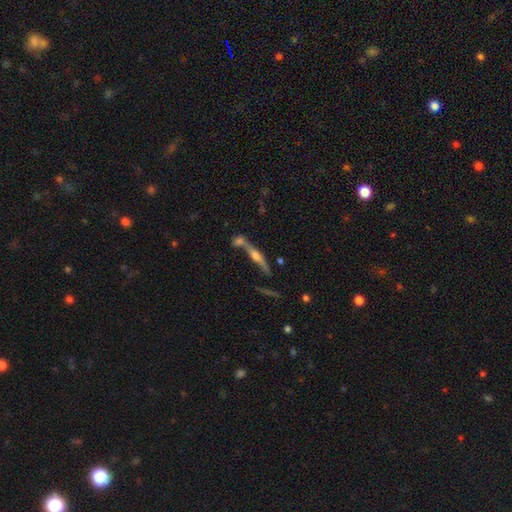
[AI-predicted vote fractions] Morphology: type=featured or disk (71%); edge-on=yes (92%); edge-on bulge=rounded (84%); merging=none (50%).